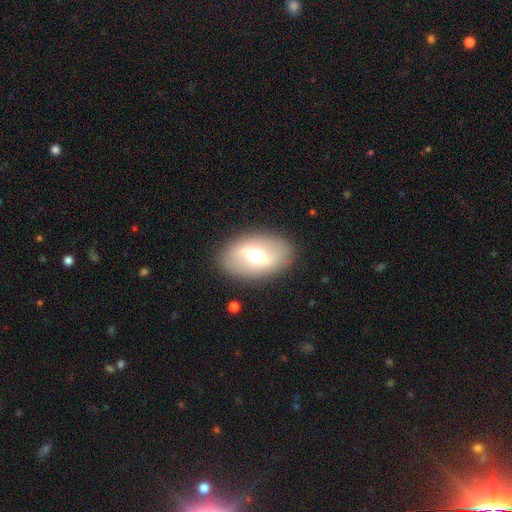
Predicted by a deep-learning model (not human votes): Overall: featured or disk (47%; smooth 46%). Merging: none (87%).